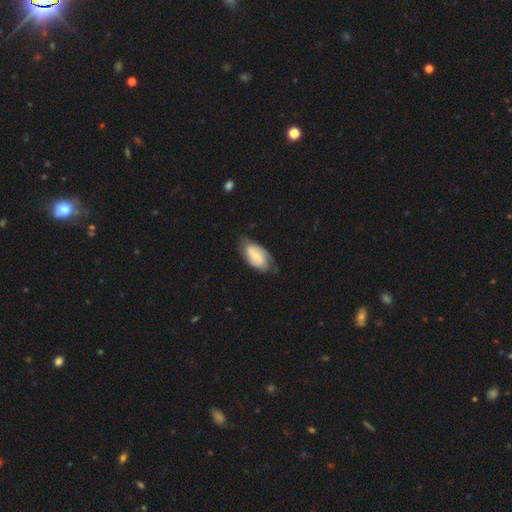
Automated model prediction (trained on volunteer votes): Overall: featured or disk (59%; smooth 35%). Edge-on disk: no (95%). Bar: weak (47%; no 37%). Spiral arms: yes (88%). Bulge size: small (56%; moderate 34%). Merging: none (66%; minor disturbance 26%).